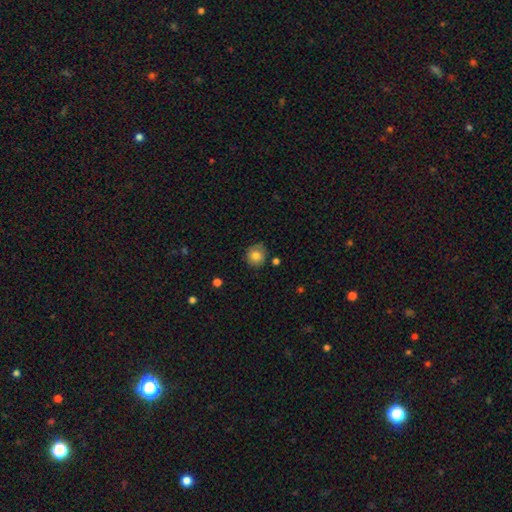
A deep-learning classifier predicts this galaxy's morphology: This is clearly a smooth galaxy (81%). How rounded: clearly round (90%). Merging: clearly none (81%).